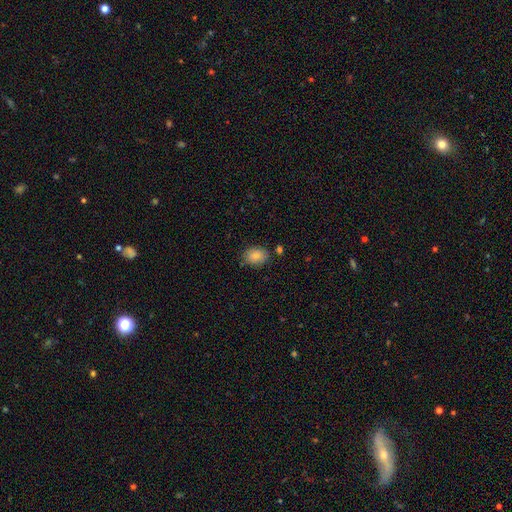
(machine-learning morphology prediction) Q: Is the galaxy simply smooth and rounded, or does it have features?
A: smooth — 84%.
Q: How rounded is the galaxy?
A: in between — 71%.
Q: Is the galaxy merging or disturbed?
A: none — 80%.